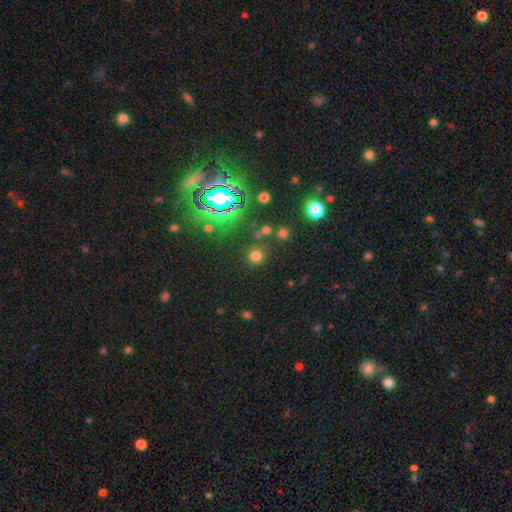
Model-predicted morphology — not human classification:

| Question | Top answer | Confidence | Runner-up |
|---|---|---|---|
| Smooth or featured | smooth | 67% | star or artifact (27%) |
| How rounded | round | 92% | in between (7%) |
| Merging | none | 83% | minor disturbance (8%) |